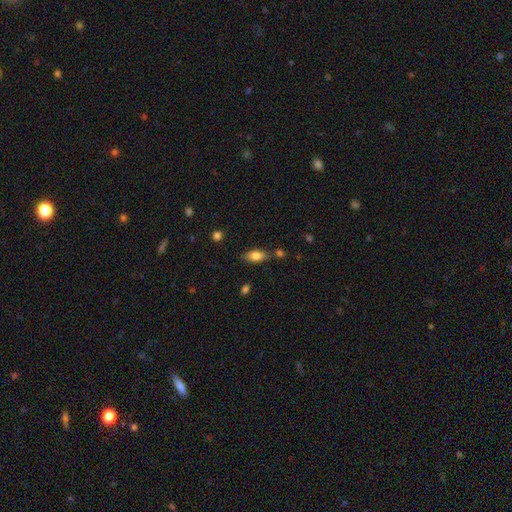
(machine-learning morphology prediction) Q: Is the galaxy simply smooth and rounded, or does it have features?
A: smooth — 80%.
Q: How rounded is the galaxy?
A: in between — 85%.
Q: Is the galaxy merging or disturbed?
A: none — 71%.